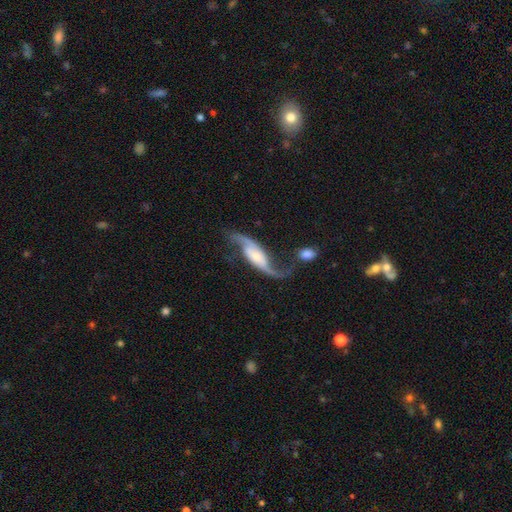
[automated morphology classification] Overall: featured or disk (87%). Edge-on disk: no (90%). Bar: no (44%; weak 34%). Spiral arms: yes (96%). Spiral arm count: 2 (92%). Spiral winding: loose (81%). Bulge size: small (40%; moderate 33%). Merging: none (57%).